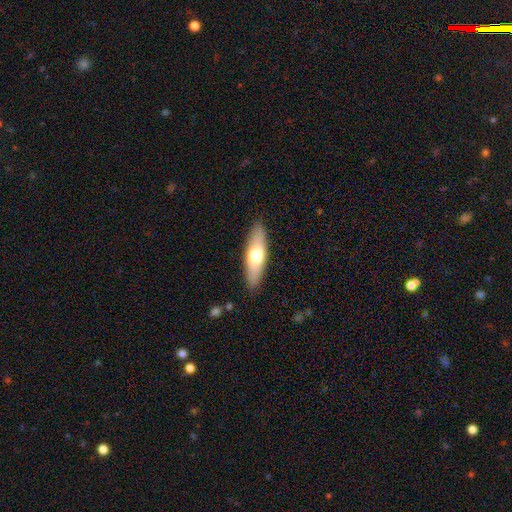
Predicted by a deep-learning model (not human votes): A smooth galaxy with no disk features (61%) that is cigar-shaped (55%).

Vote fractions:
- Smooth or featured? smooth: 61% / featured or disk: 34% / star or artifact: 5%
- How rounded? cigar-shaped: 55% / in between: 43% / round: 2%
- Merging? none: 89% / minor disturbance: 8% / major disturbance: 2% / merger: 1%